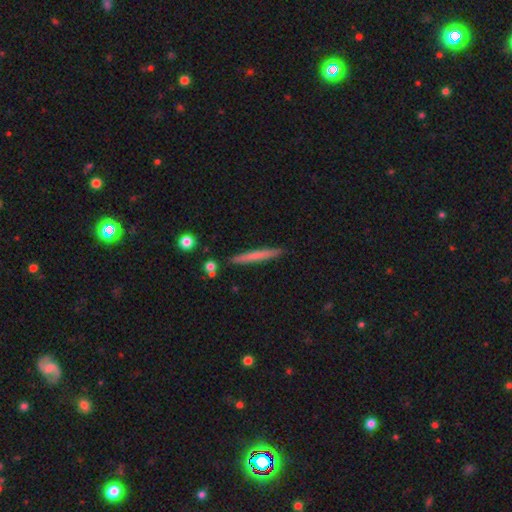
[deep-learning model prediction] Overall: smooth (63%; featured or disk 31%). How rounded: cigar-shaped (96%). Merging: none (90%).